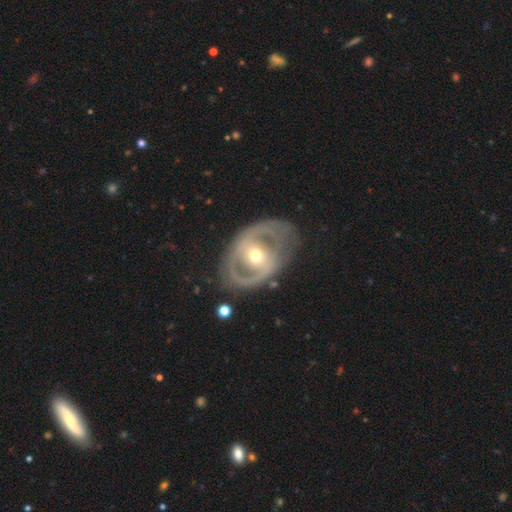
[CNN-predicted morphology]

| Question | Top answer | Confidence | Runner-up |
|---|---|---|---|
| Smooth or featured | featured or disk | 80% | smooth (15%) |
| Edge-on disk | no | 95% | yes (5%) |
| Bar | no | 51% | weak (28%) |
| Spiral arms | yes | 60% | no (40%) |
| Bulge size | moderate | 65% | small (29%) |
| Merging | none | 68% | minor disturbance (17%) |